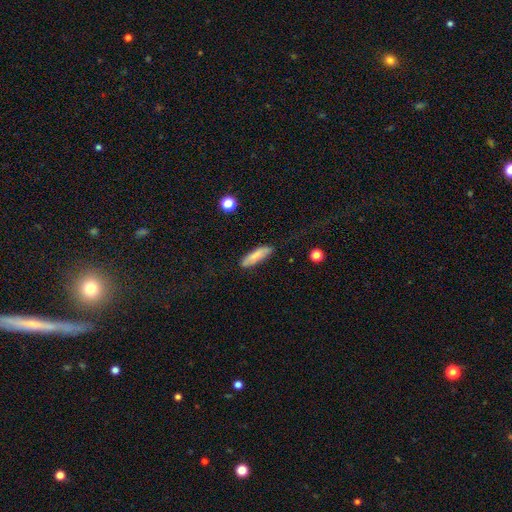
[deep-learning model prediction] Smooth or featured?
  - smooth: 80% *
  - featured or disk: 13%
  - star or artifact: 7%
How rounded?
  - cigar-shaped: 65% *
  - in between: 34%
  - round: 2%
Merging?
  - none: 82% *
  - minor disturbance: 13%
  - major disturbance: 3%
  - merger: 1%